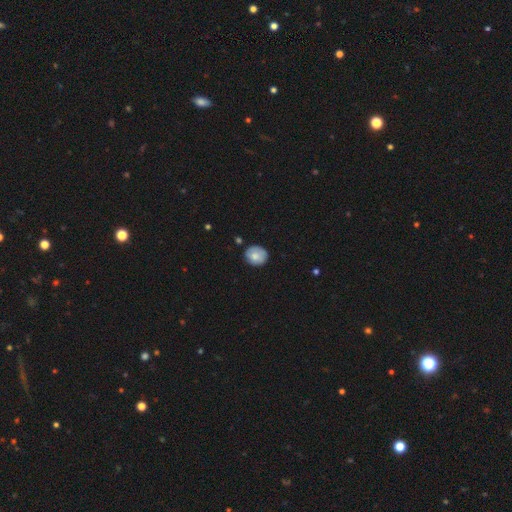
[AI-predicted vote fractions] Smooth or featured?
  - smooth: 75% *
  - featured or disk: 18%
  - star or artifact: 7%
How rounded?
  - round: 71% *
  - in between: 28%
  - cigar-shaped: 1%
Merging?
  - none: 76% *
  - minor disturbance: 19%
  - major disturbance: 3%
  - merger: 2%